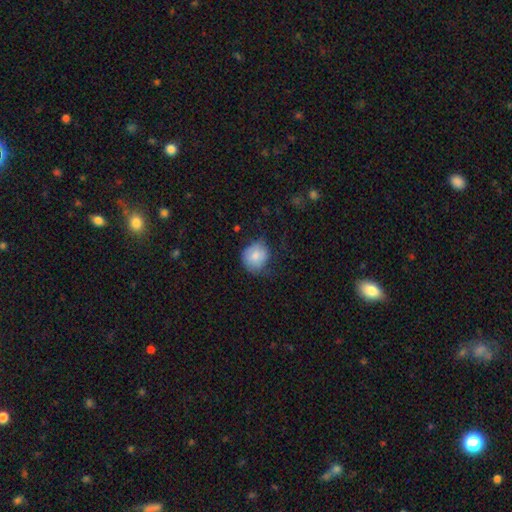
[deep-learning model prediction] A smooth galaxy with no disk features (80%) that is round (79%).

Vote fractions:
- Smooth or featured? smooth: 80% / featured or disk: 12% / star or artifact: 7%
- How rounded? round: 79% / in between: 20% / cigar-shaped: 1%
- Merging? none: 57% / minor disturbance: 30% / major disturbance: 11% / merger: 1%